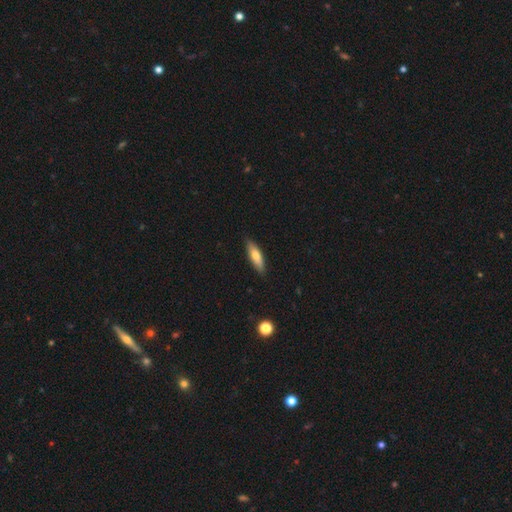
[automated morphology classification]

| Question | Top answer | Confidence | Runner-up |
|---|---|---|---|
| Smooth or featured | smooth | 64% | featured or disk (30%) |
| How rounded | cigar-shaped | 59% | in between (39%) |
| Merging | none | 87% | minor disturbance (10%) |